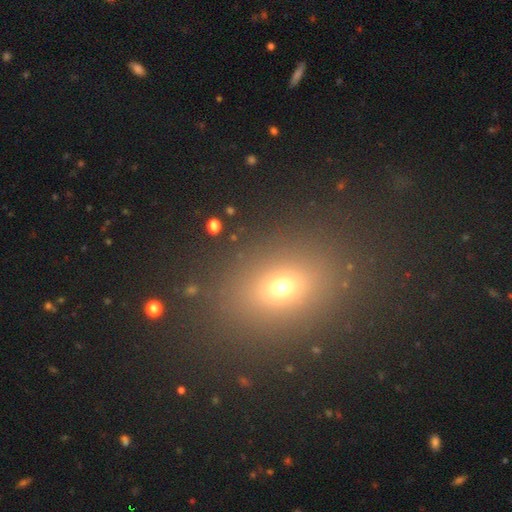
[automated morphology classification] smooth 60%, star or artifact 29%, featured or disk 11%. Down the decision tree: how rounded — in between (59%); merging — none (88%).